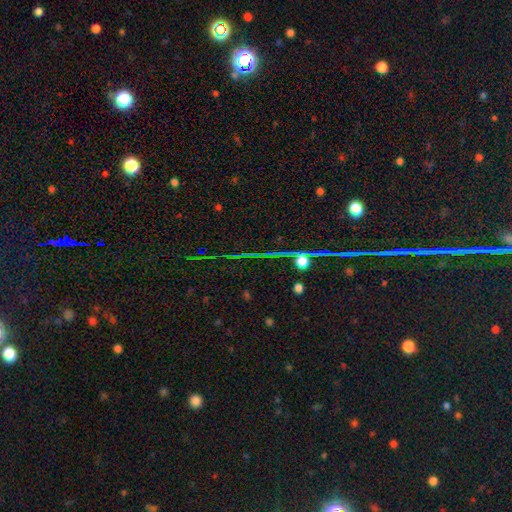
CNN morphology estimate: A star or artifact, not a galaxy (76%).